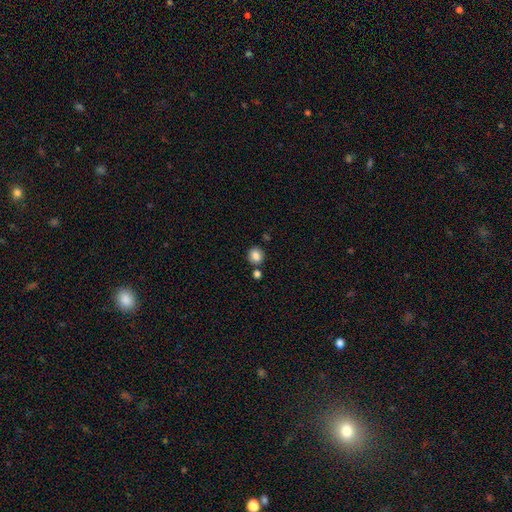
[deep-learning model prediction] Morphology: type=smooth (84%); roundness=round (78%); merging=none (77%).